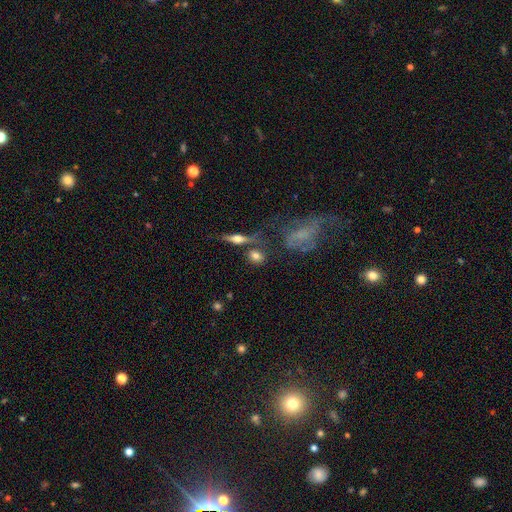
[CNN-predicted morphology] This appears to be a smooth galaxy with no disk features (67%) that is in between round and cigar-shaped (46%). Merging: none (69%).